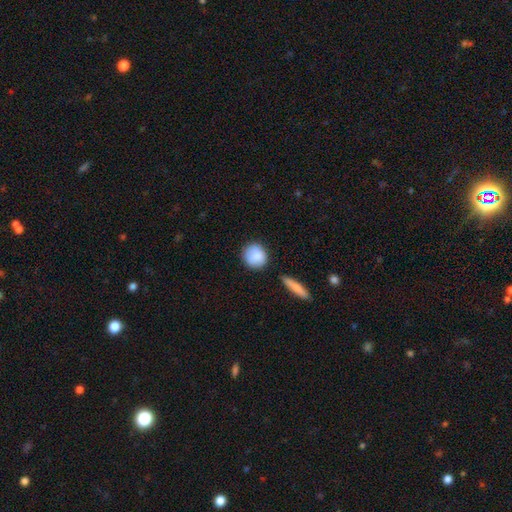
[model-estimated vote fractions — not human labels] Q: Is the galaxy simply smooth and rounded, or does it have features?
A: smooth — 87%.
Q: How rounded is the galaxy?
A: round — 87%.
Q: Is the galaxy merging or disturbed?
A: none — 81%.